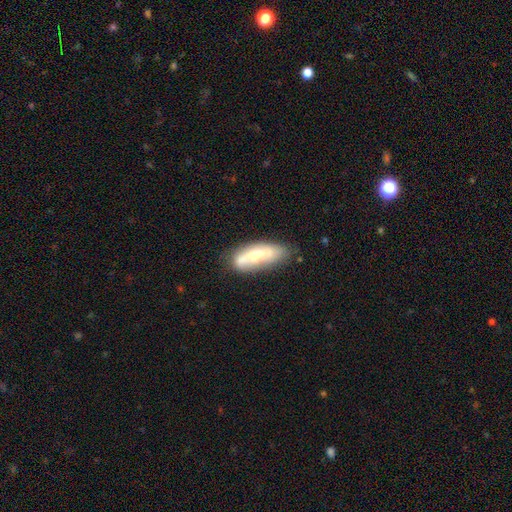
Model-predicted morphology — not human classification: type=smooth (47%); merging=none (65%).